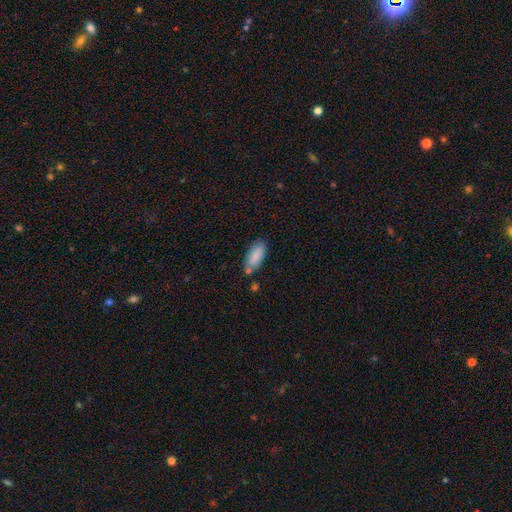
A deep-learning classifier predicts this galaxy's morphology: Smooth or featured? smooth (86%)
How rounded? in between (82%)
Merging? none (70%)